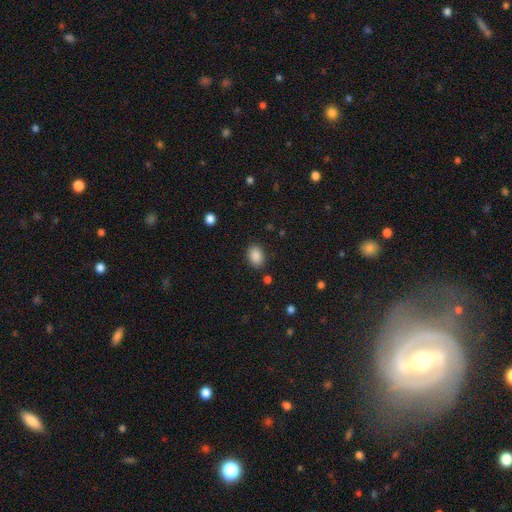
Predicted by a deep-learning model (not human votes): smooth 88%, star or artifact 9%, featured or disk 4%. Down the decision tree: how rounded — in between (73%); merging — none (85%).